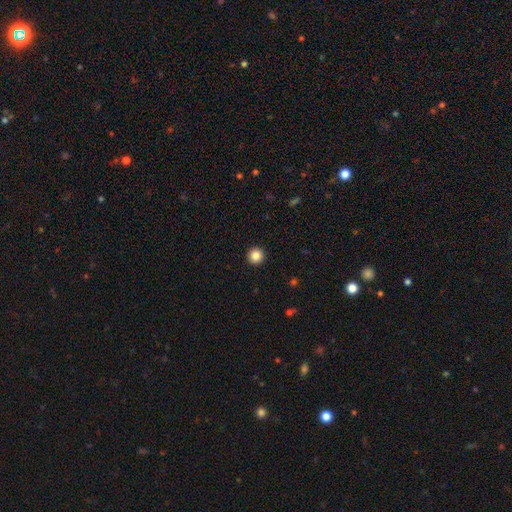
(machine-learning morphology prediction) This is clearly a smooth galaxy (86%). How rounded: clearly round (96%). Merging: clearly none (94%).